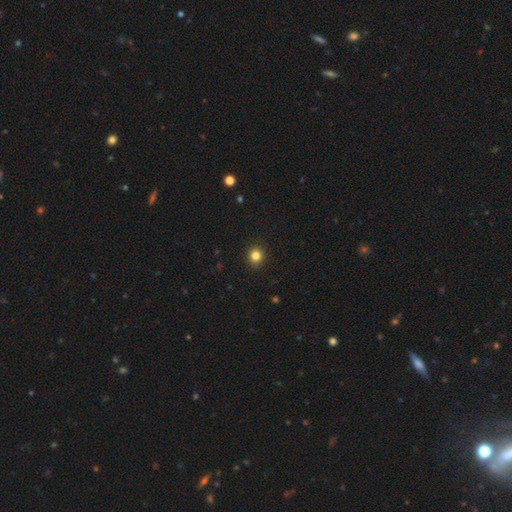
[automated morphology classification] This is clearly a smooth galaxy (83%). How rounded: clearly round (89%). Merging: clearly none (93%).